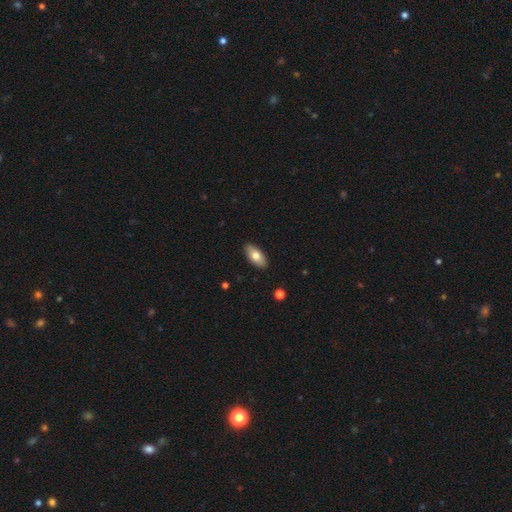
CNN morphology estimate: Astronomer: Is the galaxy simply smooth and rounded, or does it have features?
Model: smooth — 75%.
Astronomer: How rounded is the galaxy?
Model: in between — 89%.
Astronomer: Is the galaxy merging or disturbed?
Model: none — 89%.